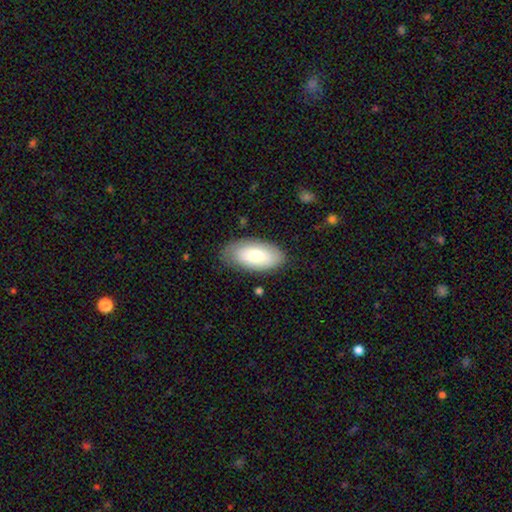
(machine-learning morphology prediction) The model was most divided on "smooth or featured": smooth: 74%, featured or disk: 20%, star or artifact: 6%. More confident: how rounded — in between (94%); merging — none (80%).